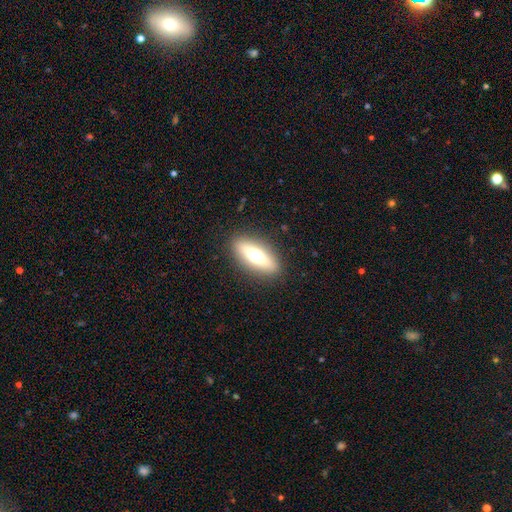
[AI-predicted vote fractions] Smooth or featured? Predicted: smooth (p=0.50). How rounded? Predicted: in between (p=0.58). Merging? Predicted: none (p=0.88).